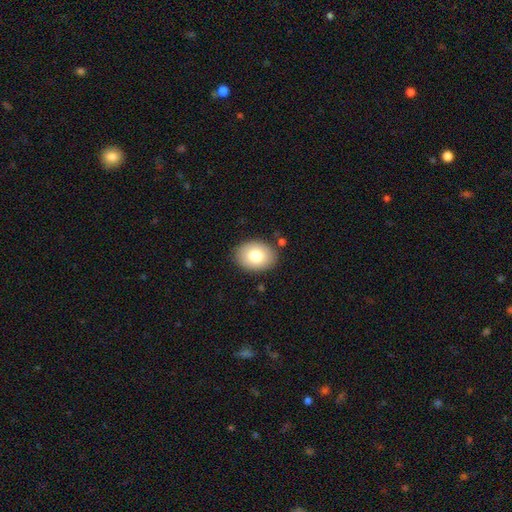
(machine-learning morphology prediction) smooth 79%, featured or disk 14%, star or artifact 8%. Down the decision tree: how rounded — in between (73%); merging — none (86%).